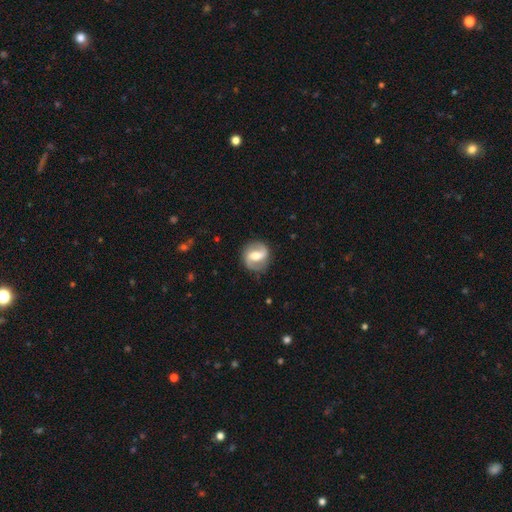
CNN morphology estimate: This is likely a featured or disk galaxy (75%). It is clearly not viewed edge-on (97%). Bar: marginally strong (42%). Spiral arm pattern: clearly yes (86%). Spiral arm count: clearly 2 (89%). Spiral winding: marginally medium (44%). Central bulge: likely moderate (65%). Merging: clearly none (84%).